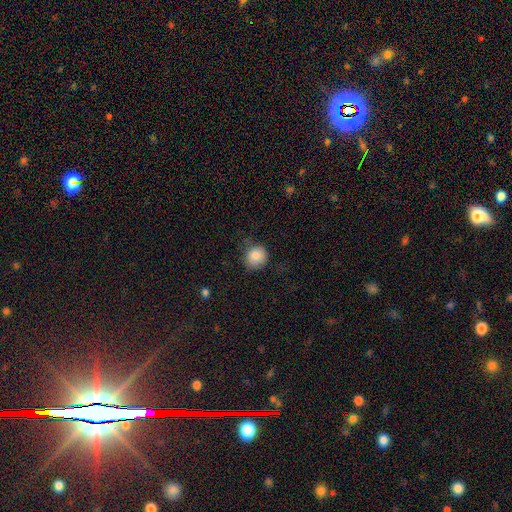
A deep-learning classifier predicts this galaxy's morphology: This is clearly a smooth galaxy (84%). How rounded: clearly round (80%). Merging: likely none (72%).